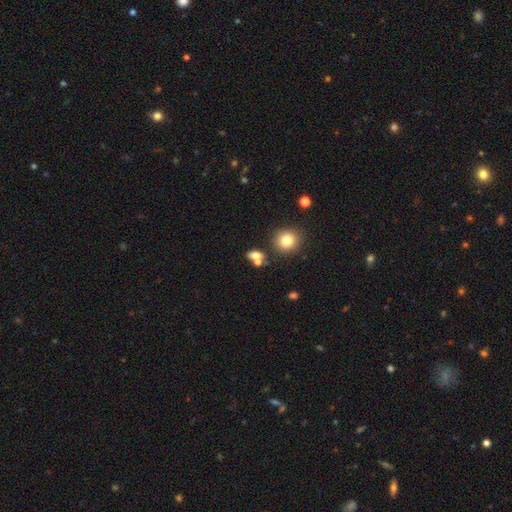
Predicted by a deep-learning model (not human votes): Smooth or featured: smooth — 74% (star or artifact — 13%)
How rounded: in between — 62% (round — 34%)
Merging: none — 53% (merger — 30%)